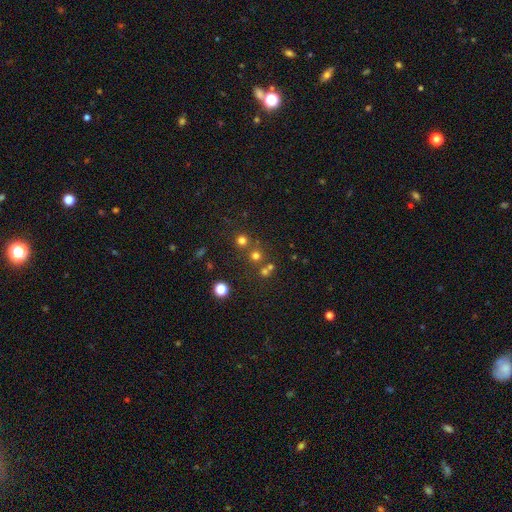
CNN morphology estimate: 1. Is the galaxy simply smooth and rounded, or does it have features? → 65% smooth, 25% star or artifact, 10% featured or disk.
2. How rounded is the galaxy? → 92% round, 7% in between, 1% cigar-shaped.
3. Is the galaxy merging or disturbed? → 66% none, 24% merger, 6% minor disturbance, 3% major disturbance.